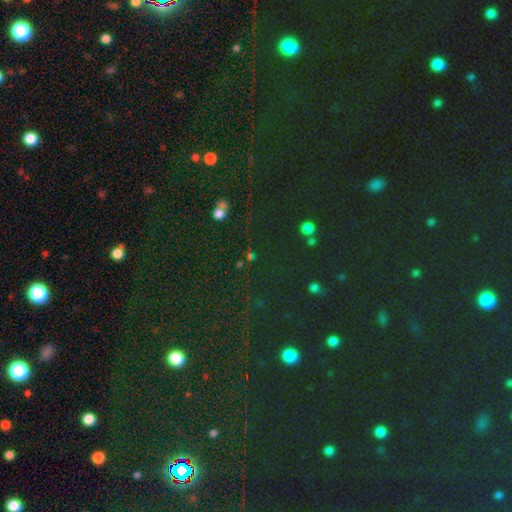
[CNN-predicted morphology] Q: Smooth or featured?
A: star or artifact (74%); runner-up: smooth (18%)